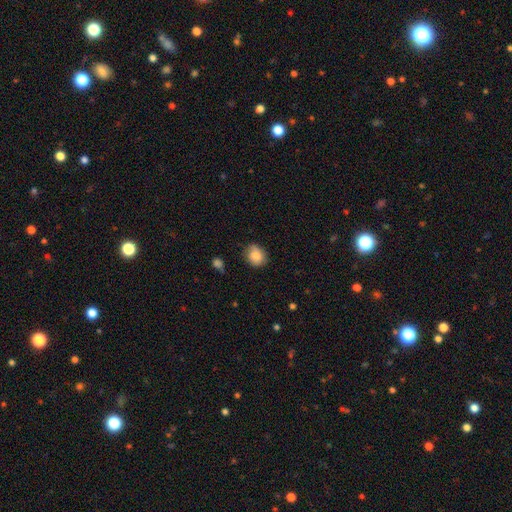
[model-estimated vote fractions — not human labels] Overall: smooth (80%). How rounded: round (65%; in between 34%). Merging: none (69%).